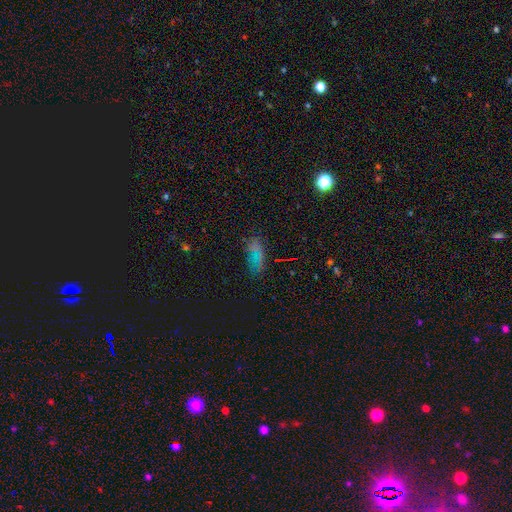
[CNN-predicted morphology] Smooth or featured?
  - smooth: 54% *
  - star or artifact: 30%
  - featured or disk: 16%
How rounded?
  - in between: 82% *
  - cigar-shaped: 12%
  - round: 6%
Merging?
  - none: 64% *
  - minor disturbance: 21%
  - major disturbance: 10%
  - merger: 5%